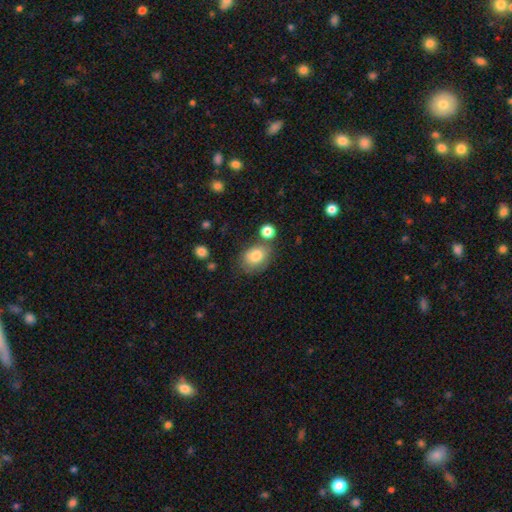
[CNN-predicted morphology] Smooth or featured?
  - smooth: 79% *
  - featured or disk: 12%
  - star or artifact: 9%
How rounded?
  - in between: 68% *
  - round: 31%
  - cigar-shaped: 1%
Merging?
  - none: 59% *
  - minor disturbance: 21%
  - merger: 12%
  - major disturbance: 7%